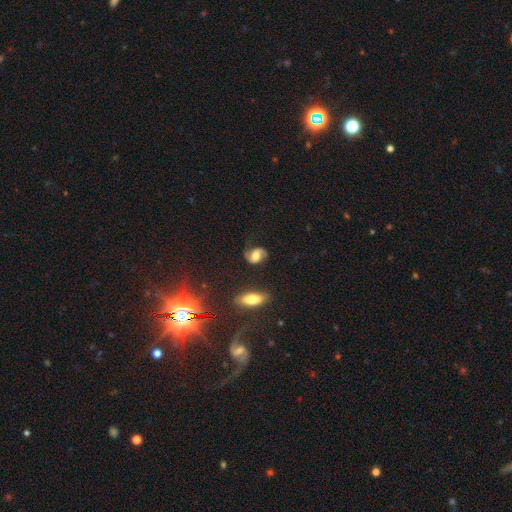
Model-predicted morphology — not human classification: smooth_or_featured: featured or disk (p=0.67) [alt: smooth p=0.24]
disk_edge_on: no (p=0.96) [alt: yes p=0.04]
bar: no (p=0.50) [alt: weak p=0.36]
has_spiral_arms: yes (p=0.92) [alt: no p=0.08]
spiral_winding: medium (p=0.47) [alt: loose p=0.36]
spiral_arm_count: 2 (p=0.91) [alt: can't tell p=0.04]
bulge_size: moderate (p=0.46) [alt: large p=0.28]
merging: none (p=0.75) [alt: minor disturbance p=0.16]